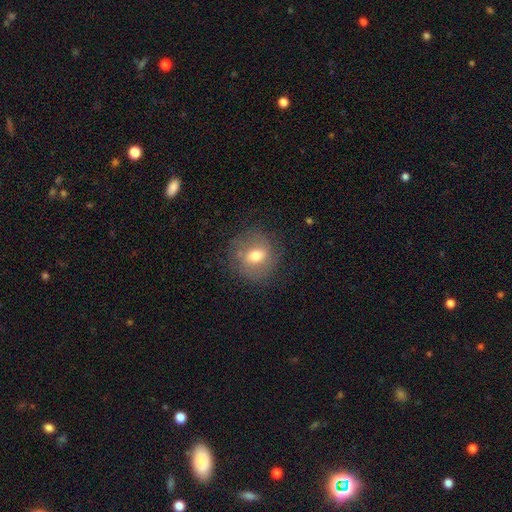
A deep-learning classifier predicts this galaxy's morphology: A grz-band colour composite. It shows a smooth galaxy with no disk features (59%) that is round (81%). Merging: none (73%).